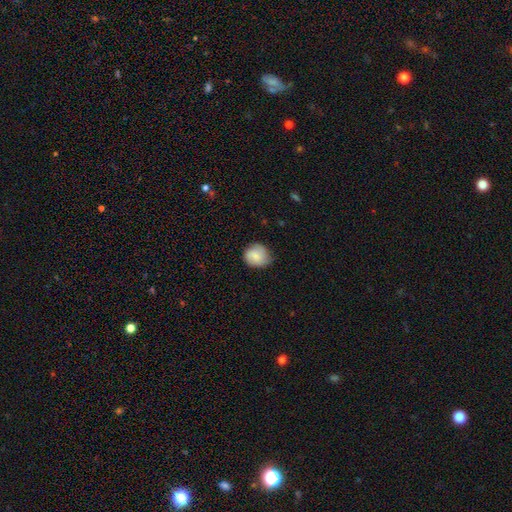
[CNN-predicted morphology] Q: Smooth or featured?
A: smooth (82%); runner-up: featured or disk (11%)
Q: How rounded?
A: round (77%); runner-up: in between (22%)
Q: Merging?
A: none (70%); runner-up: minor disturbance (24%)